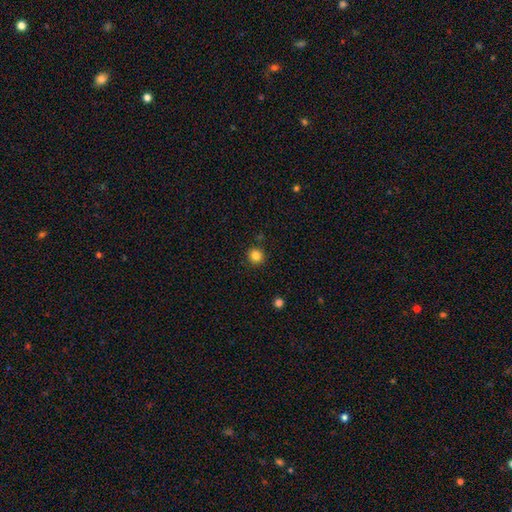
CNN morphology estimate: Smooth or featured: smooth — 84% (star or artifact — 12%)
How rounded: round — 93% (in between — 6%)
Merging: none — 90% (minor disturbance — 6%)